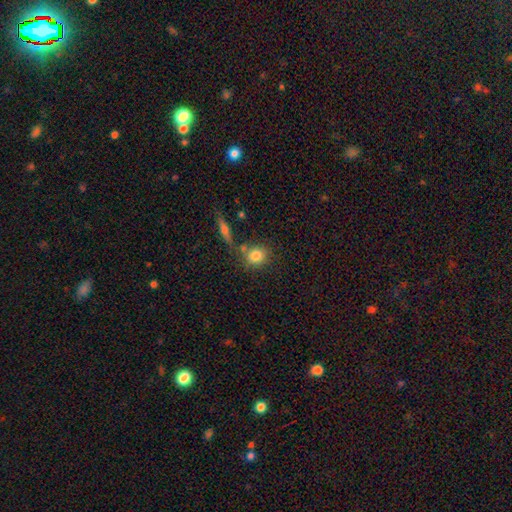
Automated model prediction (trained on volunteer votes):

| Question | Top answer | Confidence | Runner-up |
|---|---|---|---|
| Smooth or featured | smooth | 81% | featured or disk (10%) |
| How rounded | round | 76% | in between (21%) |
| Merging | none | 66% | merger (18%) |